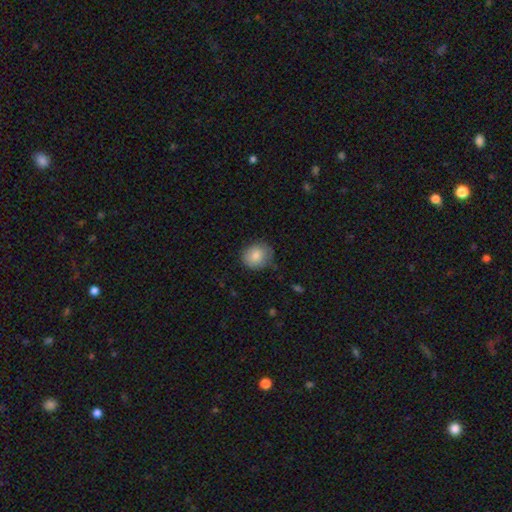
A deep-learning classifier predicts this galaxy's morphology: The model was most divided on "merging": none: 75%, minor disturbance: 20%, major disturbance: 4%, merger: 1%. More confident: smooth or featured — smooth (85%); how rounded — round (78%).